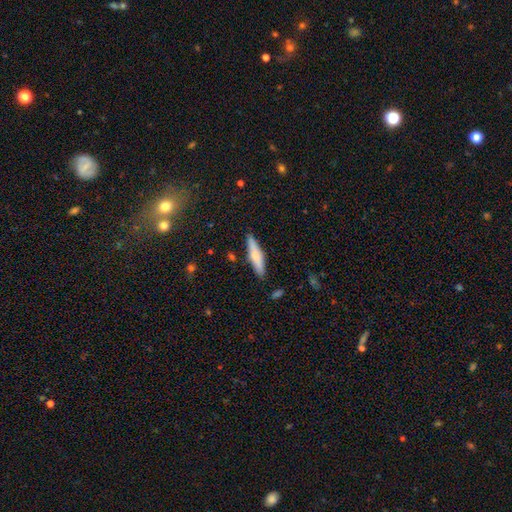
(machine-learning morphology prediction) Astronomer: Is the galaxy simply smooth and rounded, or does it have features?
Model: smooth — 61%.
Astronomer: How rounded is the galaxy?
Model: cigar-shaped — 77%.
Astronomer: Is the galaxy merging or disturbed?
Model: none — 86%.